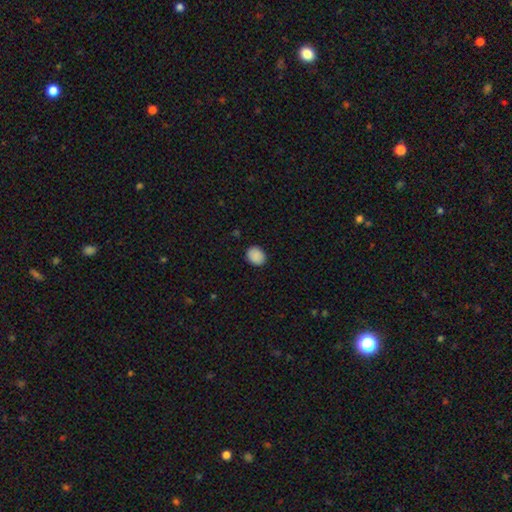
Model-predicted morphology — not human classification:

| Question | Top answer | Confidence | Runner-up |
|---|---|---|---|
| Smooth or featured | smooth | 89% | star or artifact (8%) |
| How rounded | in between | 50% | round (49%) |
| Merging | none | 87% | minor disturbance (9%) |